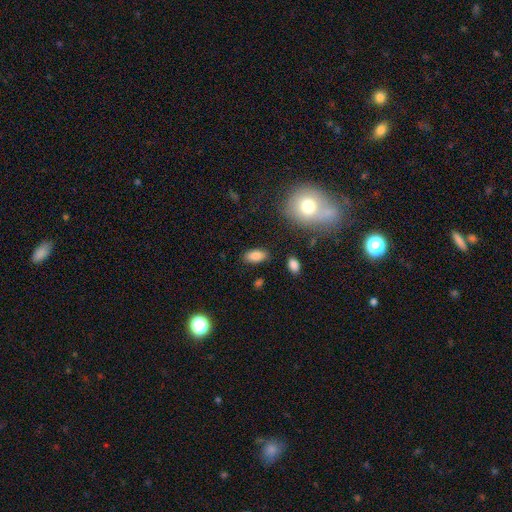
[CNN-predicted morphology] This appears to be a smooth galaxy with no disk features (84%) that is in between round and cigar-shaped (91%). Merging: none (86%).